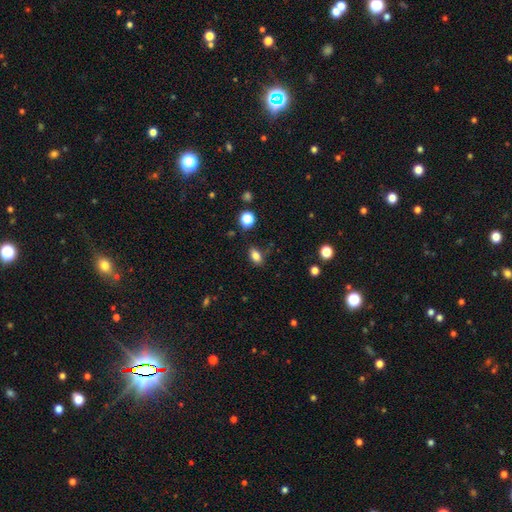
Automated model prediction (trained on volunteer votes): Smooth or featured?
  - smooth: 82% *
  - star or artifact: 11%
  - featured or disk: 7%
How rounded?
  - in between: 84% *
  - round: 14%
  - cigar-shaped: 3%
Merging?
  - none: 83% *
  - minor disturbance: 12%
  - major disturbance: 3%
  - merger: 2%